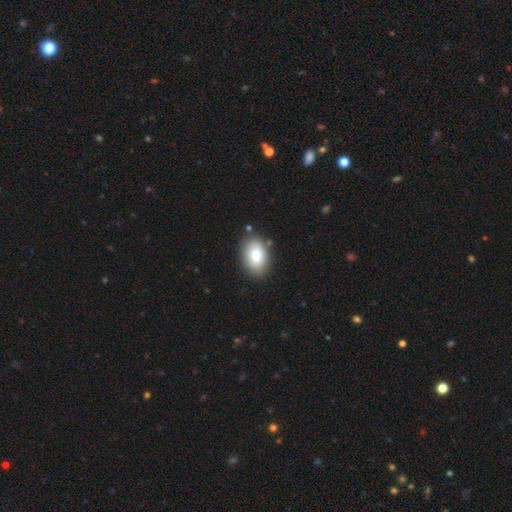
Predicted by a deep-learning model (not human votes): Smooth or featured: smooth — 78% (featured or disk — 14%)
How rounded: in between — 84% (round — 15%)
Merging: none — 84% (minor disturbance — 11%)